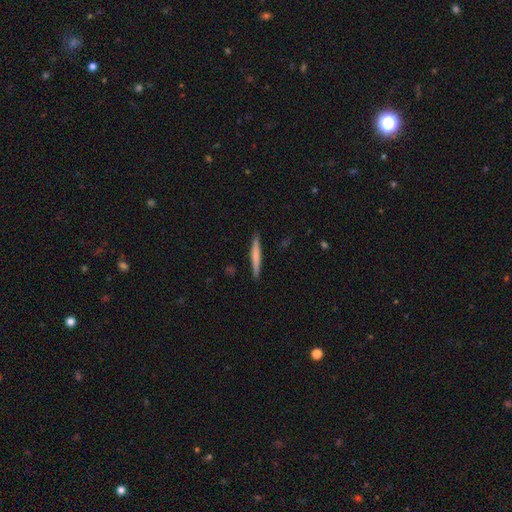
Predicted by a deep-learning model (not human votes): Smooth or featured: smooth — 61% (featured or disk — 34%)
How rounded: cigar-shaped — 96% (in between — 3%)
Merging: none — 90% (minor disturbance — 7%)